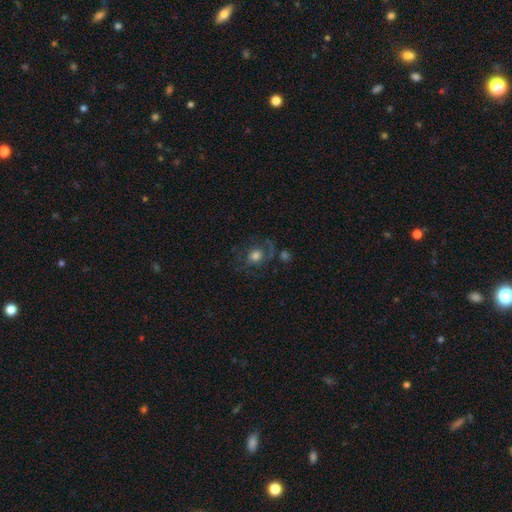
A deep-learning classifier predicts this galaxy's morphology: smooth-or-featured: featured or disk: 46% | smooth: 42% | star or artifact: 13%
  merging: none: 56% | major disturbance: 20% | minor disturbance: 19% | merger: 5%